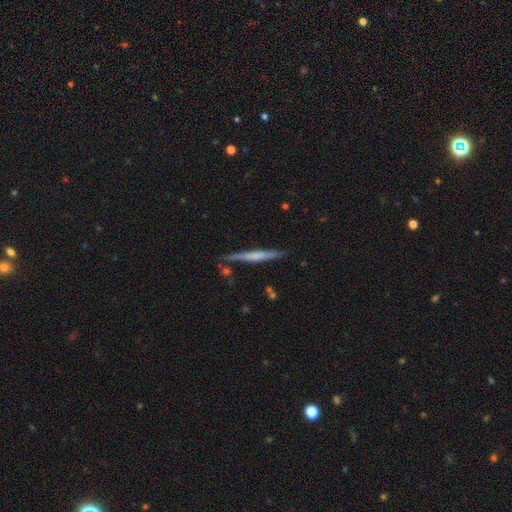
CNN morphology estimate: The model was most divided on "smooth or featured": featured or disk: 53%, smooth: 41%, star or artifact: 6%. More confident: edge-on disk — yes (97%); merging — none (83%); edge-on bulge — none (53%).